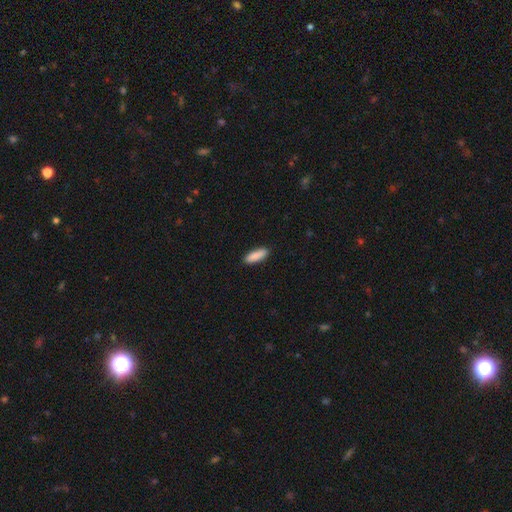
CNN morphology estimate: This appears to be a smooth galaxy with no disk features (89%) that is in between round and cigar-shaped (52%). Merging: none (89%).